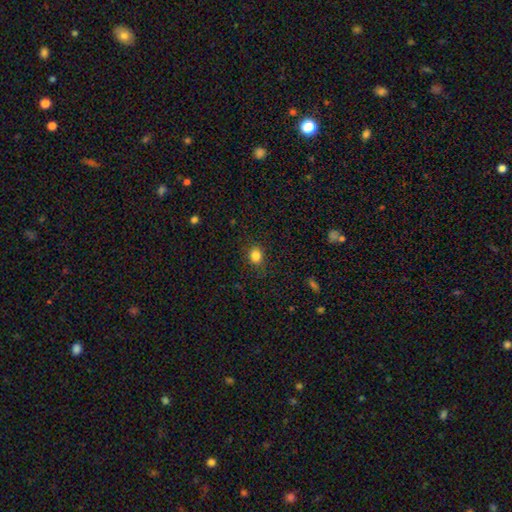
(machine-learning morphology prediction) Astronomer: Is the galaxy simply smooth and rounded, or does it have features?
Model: smooth — 84%.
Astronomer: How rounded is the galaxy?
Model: round — 65%.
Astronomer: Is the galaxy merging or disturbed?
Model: none — 85%.